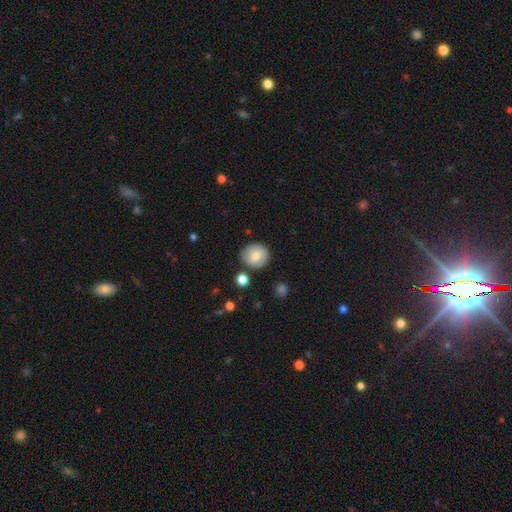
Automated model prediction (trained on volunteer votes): Morphology: type=smooth (76%); roundness=round (89%); merging=none (81%).